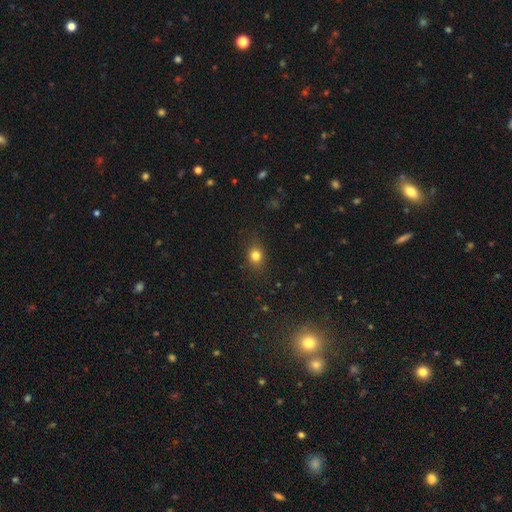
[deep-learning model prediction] The model was most divided on "how rounded": round: 64%, in between: 35%, cigar-shaped: 1%. More confident: merging — none (85%); smooth or featured — smooth (80%).